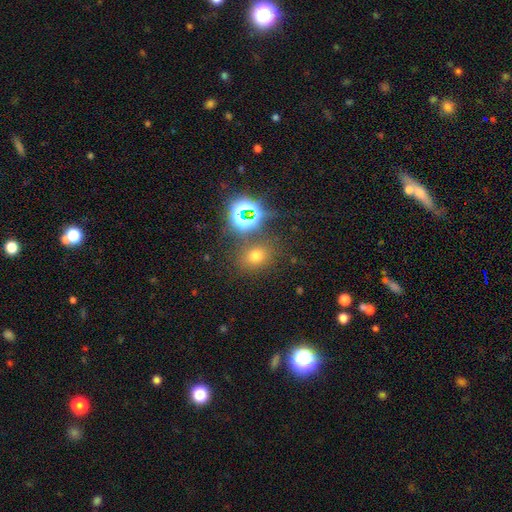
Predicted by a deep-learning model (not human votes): Morphology: type=smooth (61%); roundness=round (58%); merging=none (76%).